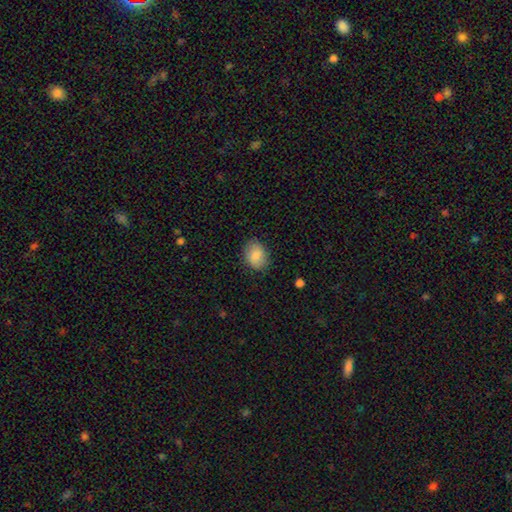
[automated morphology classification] This appears to be a smooth galaxy with no disk features (84%) that is in between round and cigar-shaped (62%). Merging: none (82%).